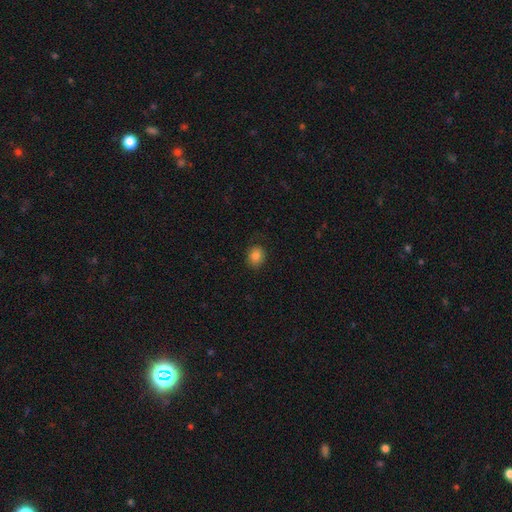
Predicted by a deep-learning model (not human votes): A smooth galaxy with no disk features (84%) that is round (65%). Merging: none (81%).